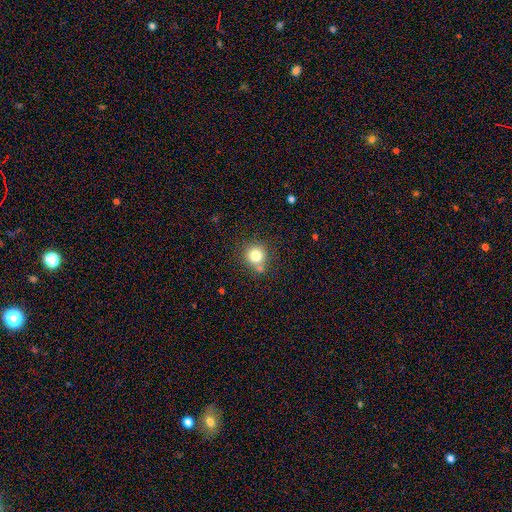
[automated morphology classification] Smooth or featured?
  - smooth: 79% *
  - star or artifact: 12%
  - featured or disk: 9%
How rounded?
  - round: 90% *
  - in between: 9%
  - cigar-shaped: 1%
Merging?
  - none: 69% *
  - merger: 15%
  - minor disturbance: 12%
  - major disturbance: 4%